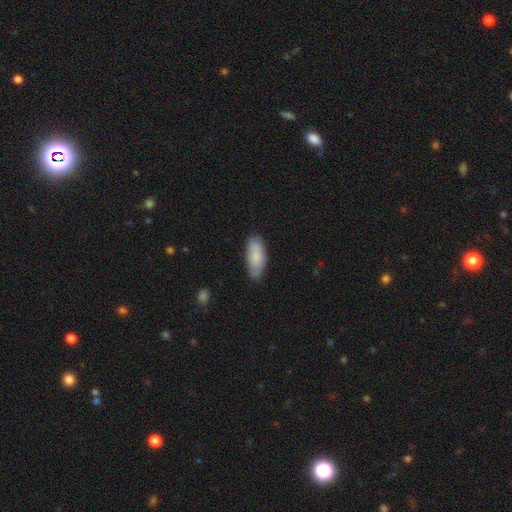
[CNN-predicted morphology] Smooth or featured: smooth — 80% (featured or disk — 14%)
How rounded: in between — 86% (cigar-shaped — 12%)
Merging: none — 74% (minor disturbance — 21%)